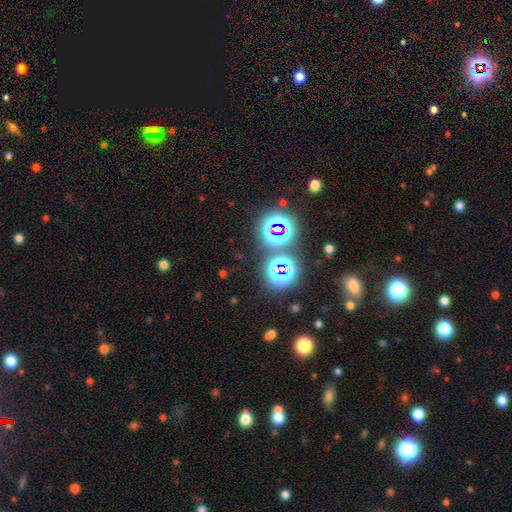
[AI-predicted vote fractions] Overall: star or artifact (76%).